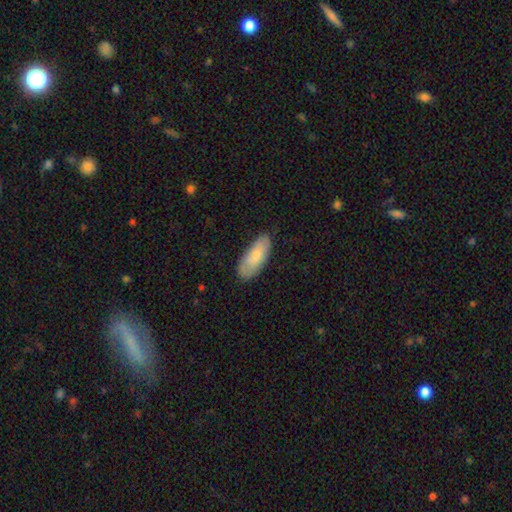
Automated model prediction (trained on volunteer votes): smooth-or-featured: smooth: 79% | featured or disk: 16% | star or artifact: 6%
  how-rounded: in between: 84% | cigar-shaped: 15% | round: 2%
  merging: none: 77% | minor disturbance: 18% | major disturbance: 3% | merger: 1%